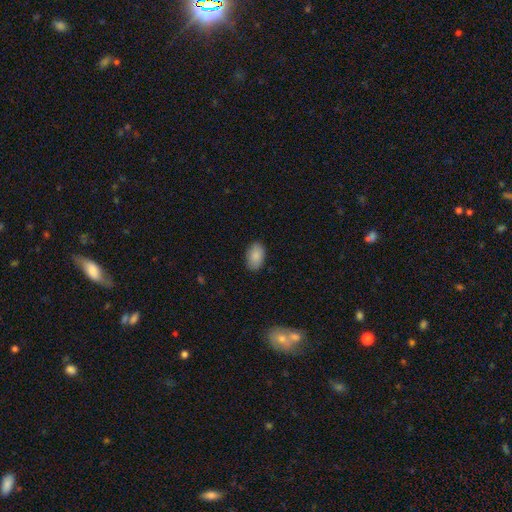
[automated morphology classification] type=smooth (88%); roundness=in between (93%); merging=none (87%).